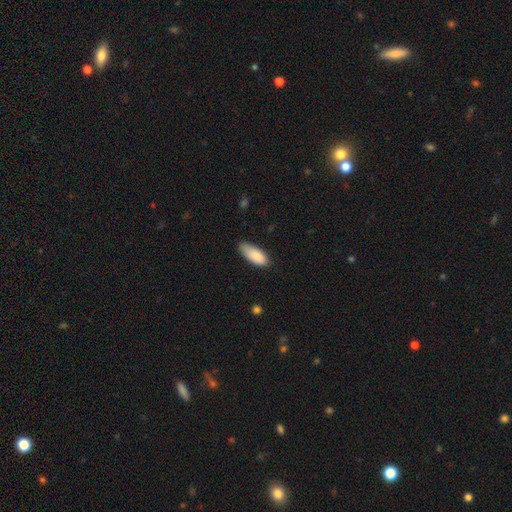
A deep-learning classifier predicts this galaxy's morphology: smooth 87%, featured or disk 7%, star or artifact 6%. Down the decision tree: how rounded — in between (84%); merging — none (71%).